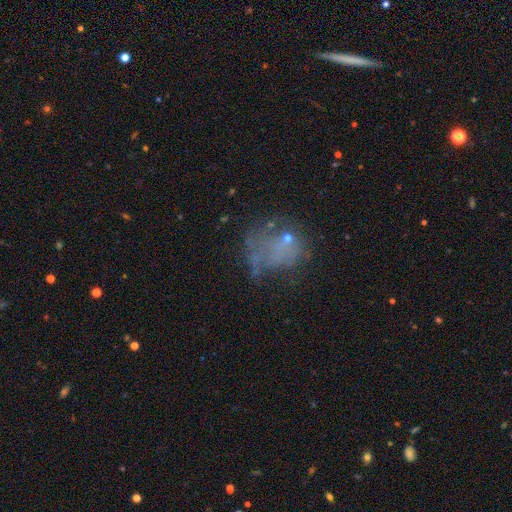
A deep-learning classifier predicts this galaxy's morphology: A smooth galaxy with no disk features (37%).

Vote fractions:
- Smooth or featured? smooth: 37% / featured or disk: 36% / star or artifact: 26%
- Merging? none: 43% / major disturbance: 31% / minor disturbance: 19% / merger: 7%